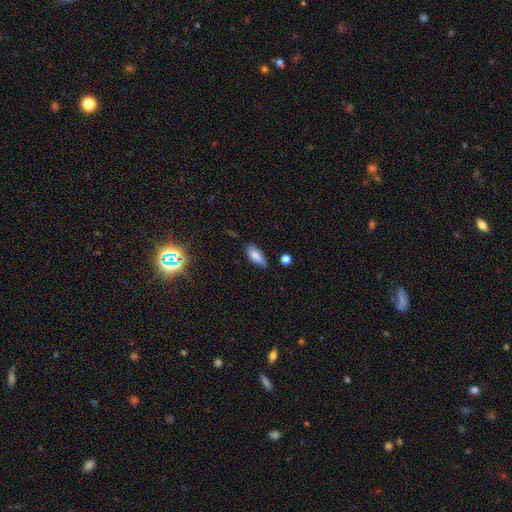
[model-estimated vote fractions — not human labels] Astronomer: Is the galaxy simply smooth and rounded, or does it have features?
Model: smooth — 81%.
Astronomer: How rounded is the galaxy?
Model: in between — 84%.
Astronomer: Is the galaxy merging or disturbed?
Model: none — 69%.